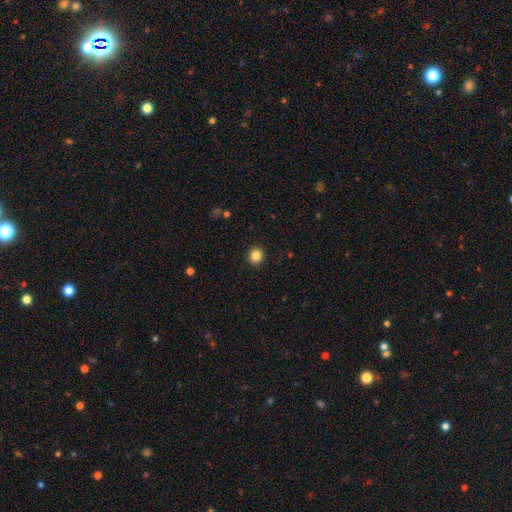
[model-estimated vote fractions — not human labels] Q: Smooth or featured?
A: smooth (85%); runner-up: star or artifact (11%)
Q: How rounded?
A: round (88%); runner-up: in between (11%)
Q: Merging?
A: none (92%); runner-up: minor disturbance (5%)